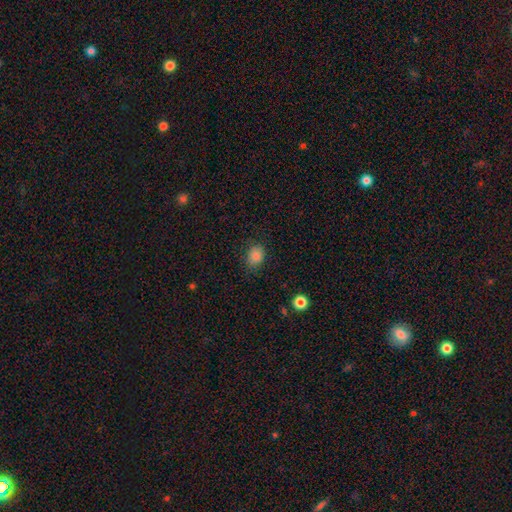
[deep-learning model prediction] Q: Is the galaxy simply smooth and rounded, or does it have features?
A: smooth — 84%.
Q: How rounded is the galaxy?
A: round — 58%.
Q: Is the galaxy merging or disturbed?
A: none — 79%.